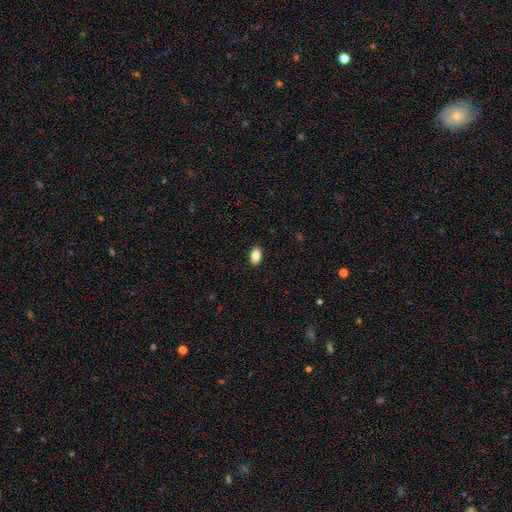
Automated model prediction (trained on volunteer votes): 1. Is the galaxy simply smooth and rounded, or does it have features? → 84% smooth, 8% featured or disk, 8% star or artifact.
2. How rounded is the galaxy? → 89% in between, 9% round, 2% cigar-shaped.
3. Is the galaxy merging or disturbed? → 90% none, 8% minor disturbance, 2% major disturbance, 1% merger.